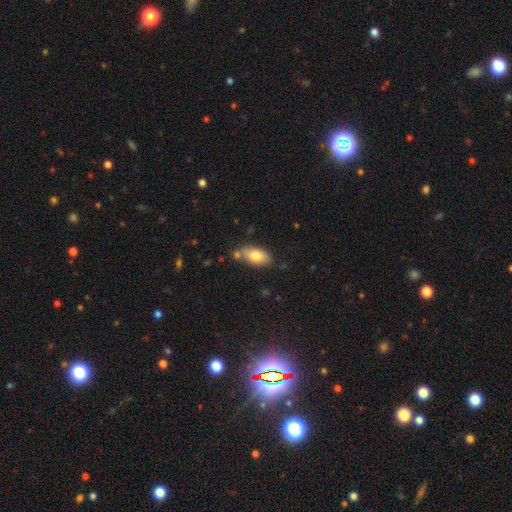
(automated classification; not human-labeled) A smooth galaxy with no disk features (78%) that is in between round and cigar-shaped (91%). Merging: none (68%).